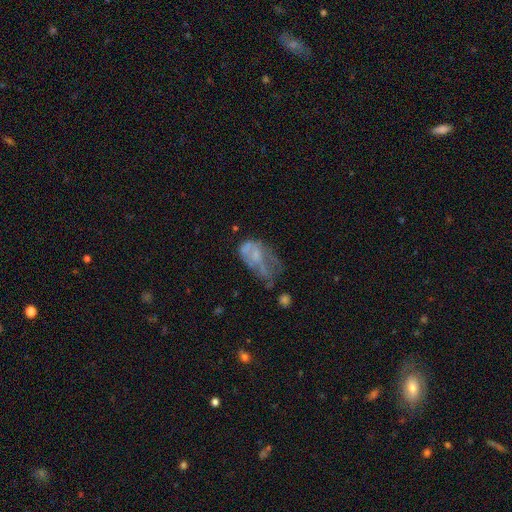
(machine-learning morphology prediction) smooth-or-featured: featured or disk: 49% | smooth: 39% | star or artifact: 12%
  merging: major disturbance: 40% | minor disturbance: 26% | none: 25% | merger: 10%